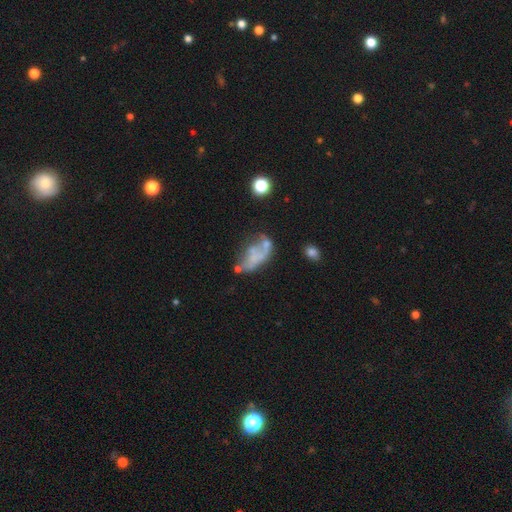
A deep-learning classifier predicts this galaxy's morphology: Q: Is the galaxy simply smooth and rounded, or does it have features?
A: featured or disk — 49%.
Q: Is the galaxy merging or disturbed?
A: none — 29%.